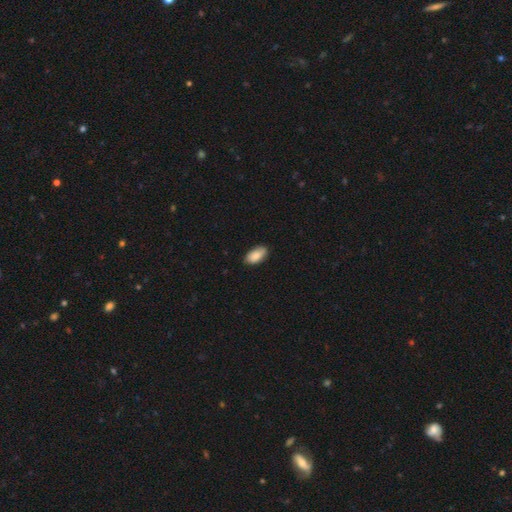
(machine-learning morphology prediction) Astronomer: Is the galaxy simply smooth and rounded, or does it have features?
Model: smooth — 87%.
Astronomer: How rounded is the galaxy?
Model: in between — 94%.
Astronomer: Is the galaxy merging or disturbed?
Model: none — 83%.